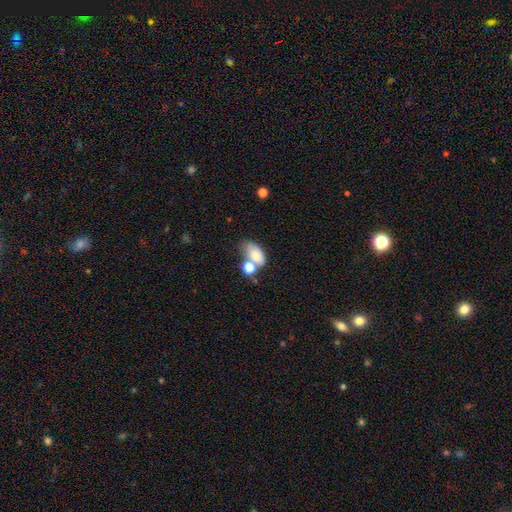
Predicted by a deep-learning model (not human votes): This is likely a smooth galaxy (76%). How rounded: clearly in between (86%). Merging: marginally merger (40%).